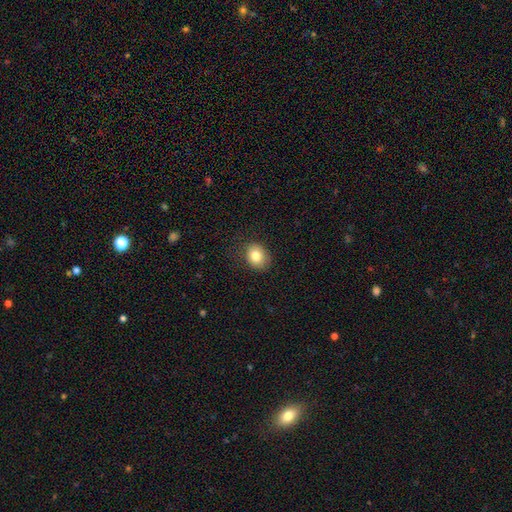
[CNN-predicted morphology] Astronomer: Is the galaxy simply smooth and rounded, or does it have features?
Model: smooth — 81%.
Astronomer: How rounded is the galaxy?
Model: round — 50% (runner-up: in between, 49%).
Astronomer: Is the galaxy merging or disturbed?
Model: none — 82%.